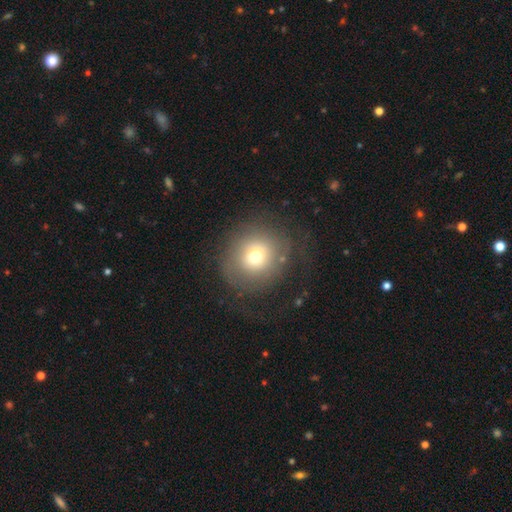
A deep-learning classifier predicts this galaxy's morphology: Smooth or featured? Predicted: smooth (p=0.66). How rounded? Predicted: round (p=0.89). Merging? Predicted: none (p=0.69).